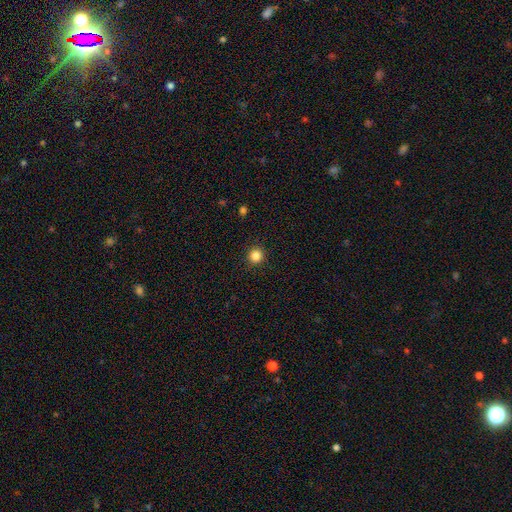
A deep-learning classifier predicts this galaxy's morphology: A smooth galaxy with no disk features (85%) that is round (94%).

Vote fractions:
- Smooth or featured? smooth: 85% / star or artifact: 12% / featured or disk: 4%
- How rounded? round: 94% / in between: 5% / cigar-shaped: 1%
- Merging? none: 93% / minor disturbance: 5% / major disturbance: 2% / merger: 1%